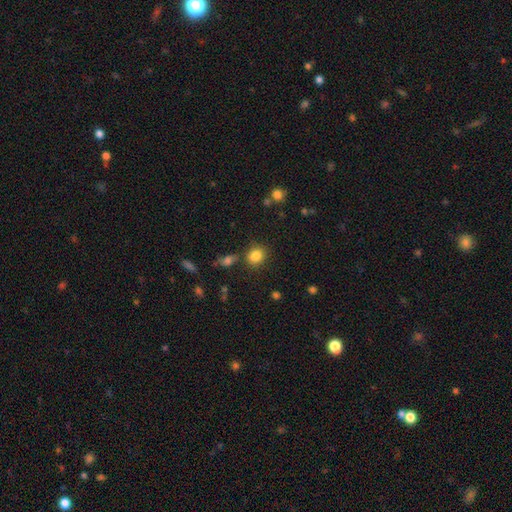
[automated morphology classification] This appears to be a smooth galaxy with no disk features (84%) that is round (72%). Merging: none (79%).